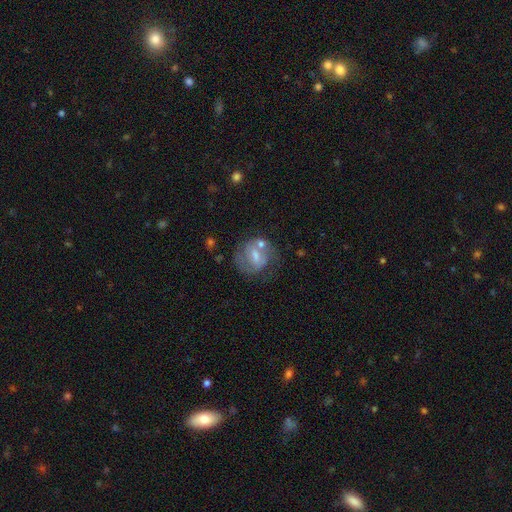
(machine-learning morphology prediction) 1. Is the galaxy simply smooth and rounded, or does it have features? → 52% featured or disk, 40% smooth, 8% star or artifact.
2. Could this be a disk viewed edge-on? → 96% no, 4% yes.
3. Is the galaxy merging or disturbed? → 45% none, 22% merger, 20% minor disturbance, 14% major disturbance.